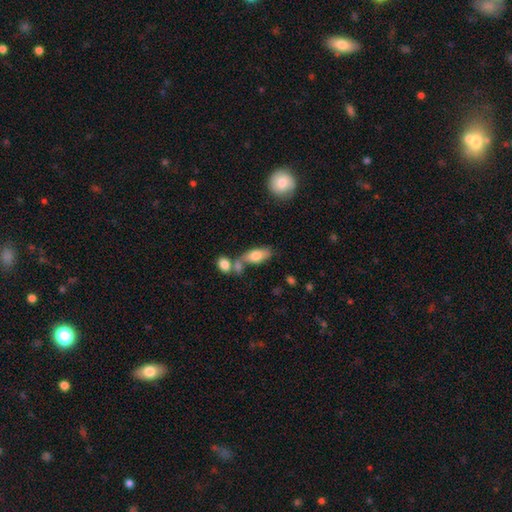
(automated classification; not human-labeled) smooth_or_featured: smooth (p=0.75) [alt: featured or disk p=0.18]
how_rounded: in between (p=0.83) [alt: cigar-shaped p=0.13]
merging: none (p=0.49) [alt: merger p=0.30]